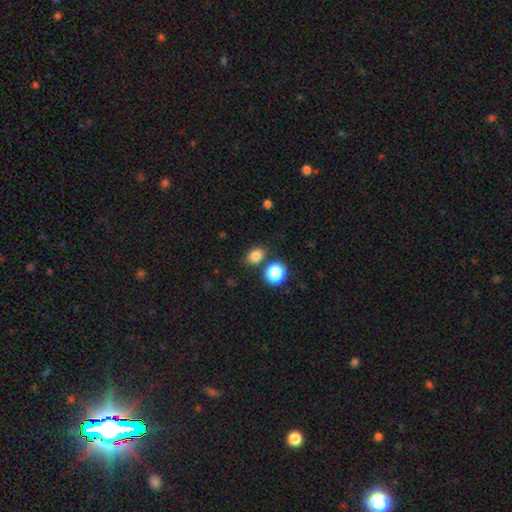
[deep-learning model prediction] smooth_or_featured: smooth (p=0.80) [alt: star or artifact p=0.14]
how_rounded: in between (p=0.58) [alt: round p=0.41]
merging: none (p=0.80) [alt: minor disturbance p=0.10]